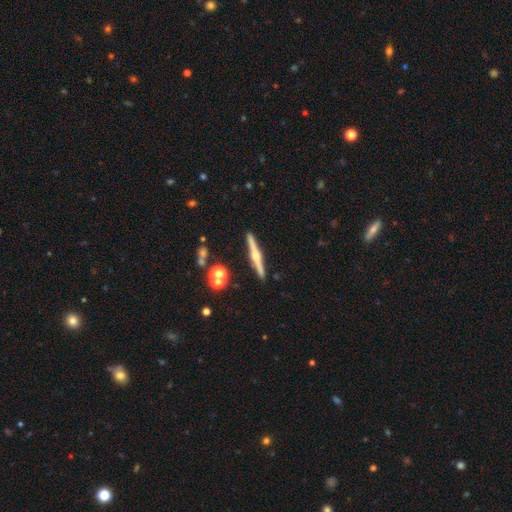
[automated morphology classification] Smooth or featured? featured or disk (77%)
Edge-on disk? yes (98%)
Edge-on bulge? rounded (91%)
Merging? none (91%)